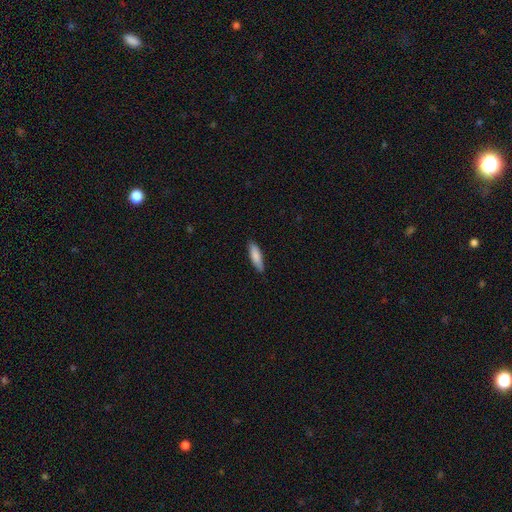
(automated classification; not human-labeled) Smooth or featured? smooth (84%)
How rounded? cigar-shaped (60%)
Merging? none (84%)